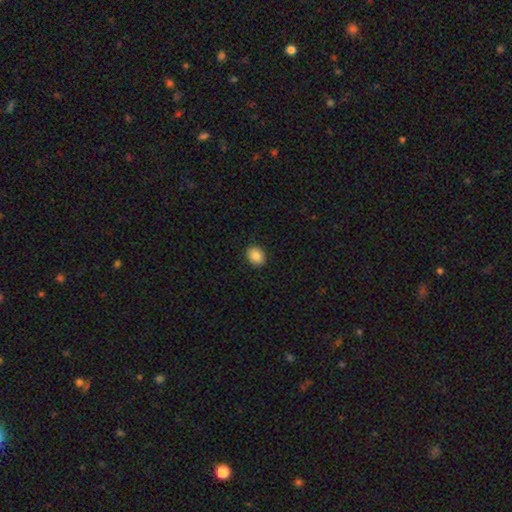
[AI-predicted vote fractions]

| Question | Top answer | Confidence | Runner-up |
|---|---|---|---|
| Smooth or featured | smooth | 86% | star or artifact (8%) |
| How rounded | in between | 56% | round (43%) |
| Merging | none | 90% | minor disturbance (7%) |